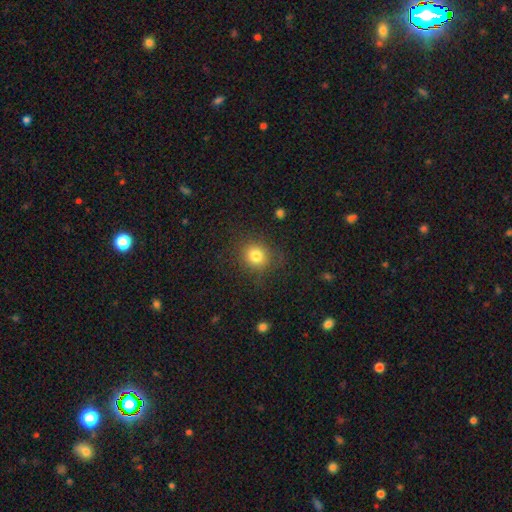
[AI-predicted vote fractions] smooth 81%, star or artifact 12%, featured or disk 7%. Down the decision tree: how rounded — round (83%); merging — none (82%).